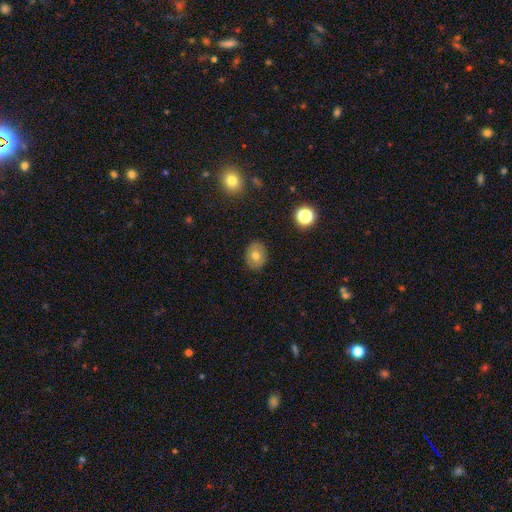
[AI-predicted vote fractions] Q: Smooth or featured?
A: smooth (69%); runner-up: featured or disk (20%)
Q: How rounded?
A: round (51%); runner-up: in between (48%)
Q: Merging?
A: none (87%); runner-up: minor disturbance (10%)